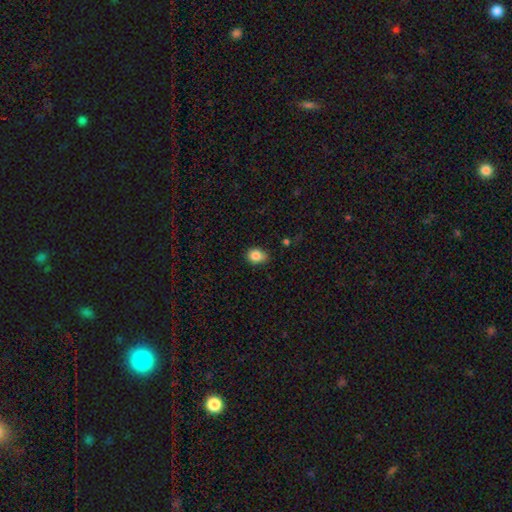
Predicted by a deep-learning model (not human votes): Morphology: type=smooth (85%); roundness=in between (54%); merging=none (76%).